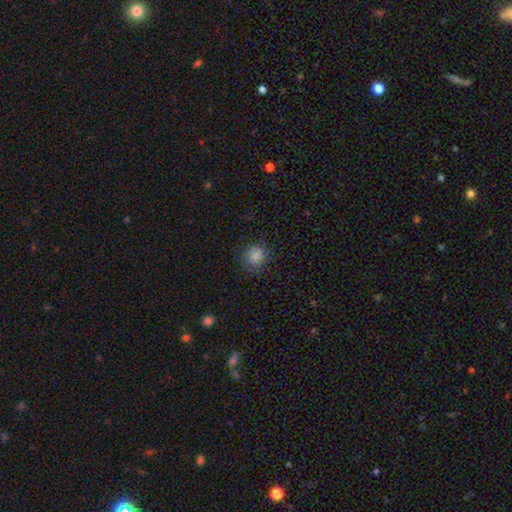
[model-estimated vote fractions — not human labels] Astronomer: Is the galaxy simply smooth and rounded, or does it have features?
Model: smooth — 84%.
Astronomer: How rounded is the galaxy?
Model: round — 76%.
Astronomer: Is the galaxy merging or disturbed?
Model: none — 82%.